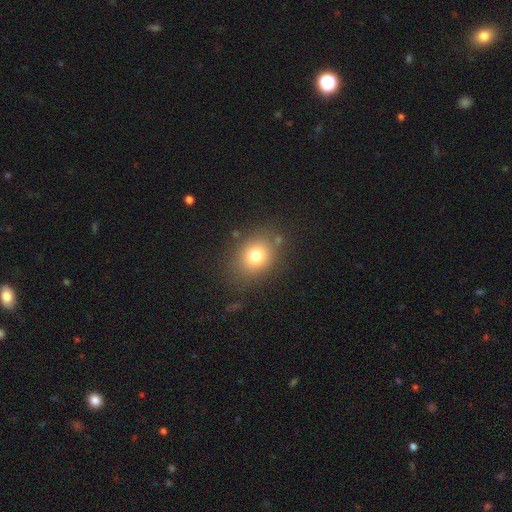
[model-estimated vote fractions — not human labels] This is likely a smooth galaxy (76%). How rounded: possibly round (54%). Merging: likely none (79%).